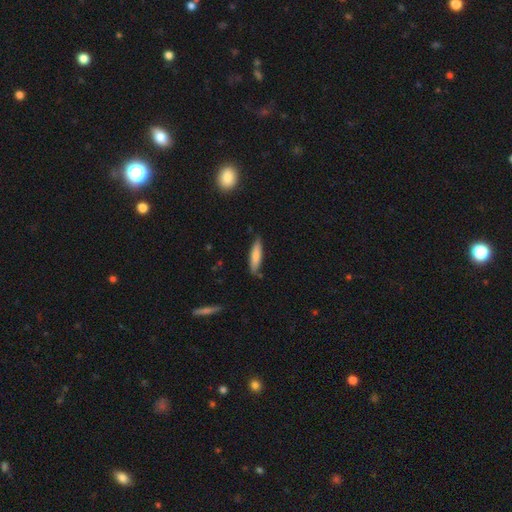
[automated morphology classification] Smooth or featured: smooth — 78% (featured or disk — 16%)
How rounded: cigar-shaped — 75% (in between — 24%)
Merging: none — 79% (minor disturbance — 16%)